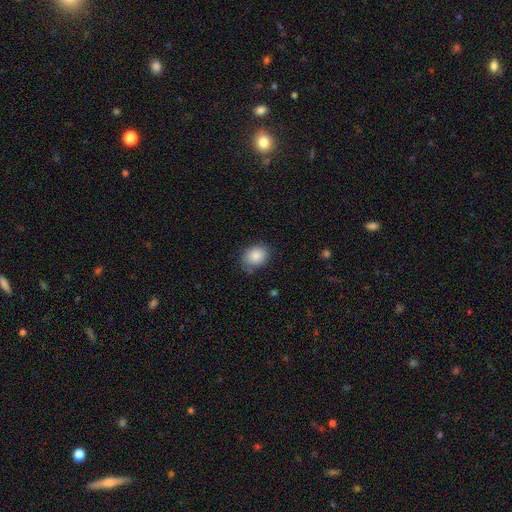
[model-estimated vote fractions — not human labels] This is clearly a smooth galaxy (87%). How rounded: possibly in between (52%). Merging: likely none (76%).